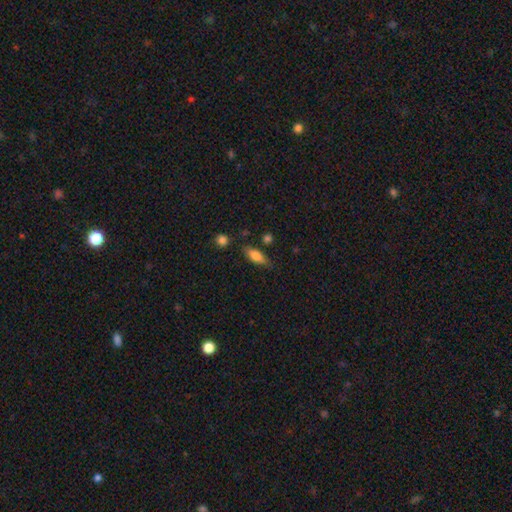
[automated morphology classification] A smooth galaxy with no disk features (78%) that is in between round and cigar-shaped (73%). Merging: none (74%).